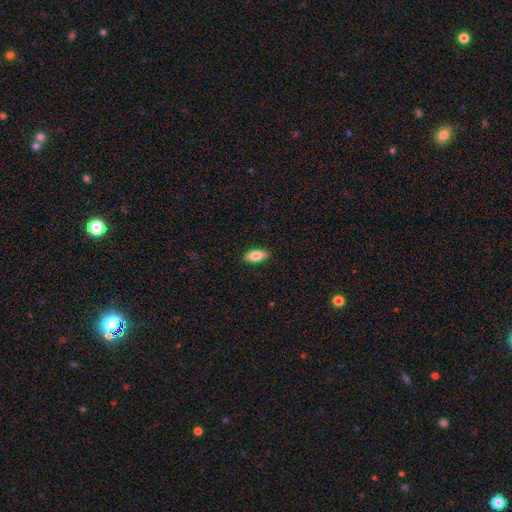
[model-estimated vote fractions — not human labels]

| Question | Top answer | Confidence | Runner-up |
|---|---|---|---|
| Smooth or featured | smooth | 81% | featured or disk (13%) |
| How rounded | in between | 87% | cigar-shaped (11%) |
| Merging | none | 89% | minor disturbance (8%) |